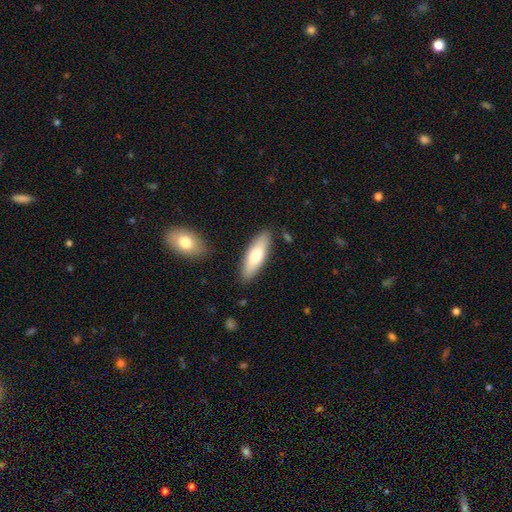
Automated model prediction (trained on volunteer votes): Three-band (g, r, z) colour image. It shows a smooth galaxy with no disk features (68%) that is in between round and cigar-shaped (57%). Merging: none (86%).